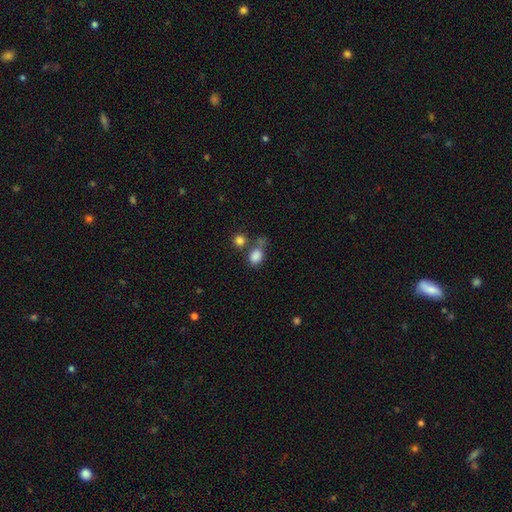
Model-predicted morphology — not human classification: smooth 83%, star or artifact 11%, featured or disk 6%. Down the decision tree: how rounded — in between (53%); merging — none (51%).